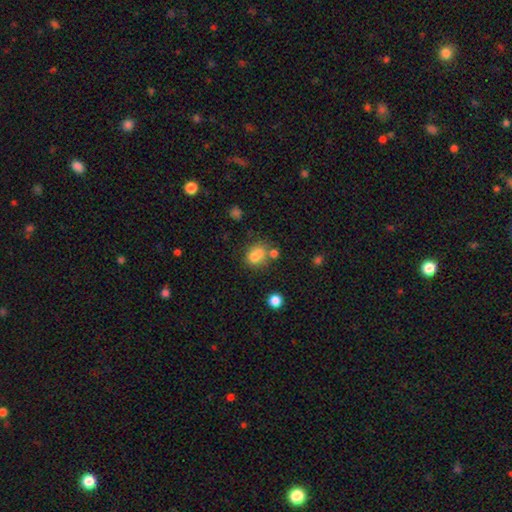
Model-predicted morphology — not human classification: Overall: smooth (75%). How rounded: round (52%; in between 46%). Merging: none (44%; merger 31%).